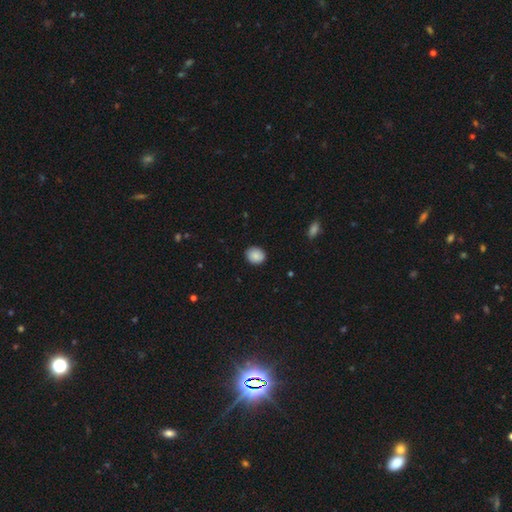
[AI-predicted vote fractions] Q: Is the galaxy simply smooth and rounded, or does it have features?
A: smooth — 87%.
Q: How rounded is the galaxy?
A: round — 64%.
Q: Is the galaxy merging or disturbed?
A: none — 87%.